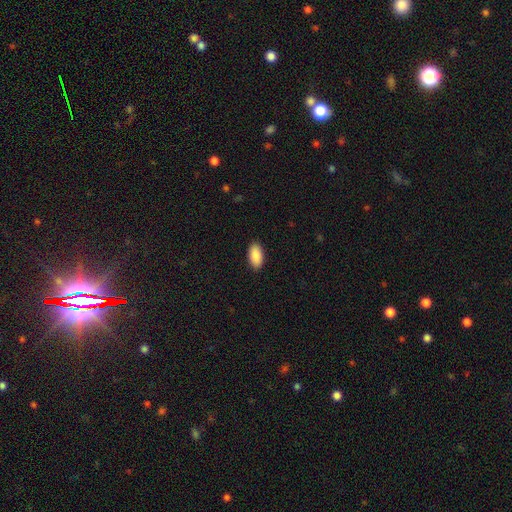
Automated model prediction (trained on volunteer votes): Smooth or featured? Predicted: smooth (p=0.90). How rounded? Predicted: in between (p=0.94). Merging? Predicted: none (p=0.90).